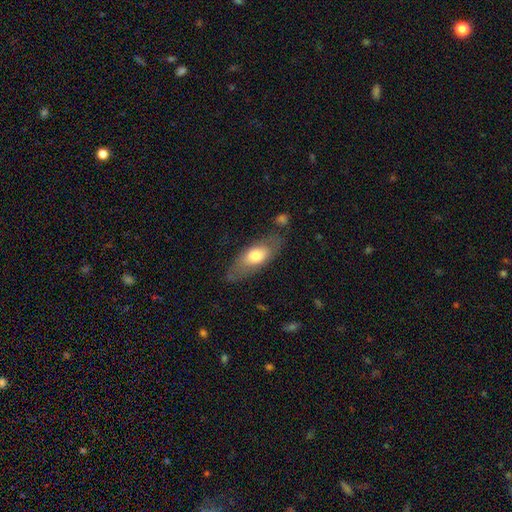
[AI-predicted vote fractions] A smooth galaxy with no disk features (63%) that is in between round and cigar-shaped (77%).

Vote fractions:
- Smooth or featured? smooth: 63% / featured or disk: 31% / star or artifact: 6%
- How rounded? in between: 77% / cigar-shaped: 19% / round: 4%
- Merging? none: 70% / minor disturbance: 19% / major disturbance: 7% / merger: 3%